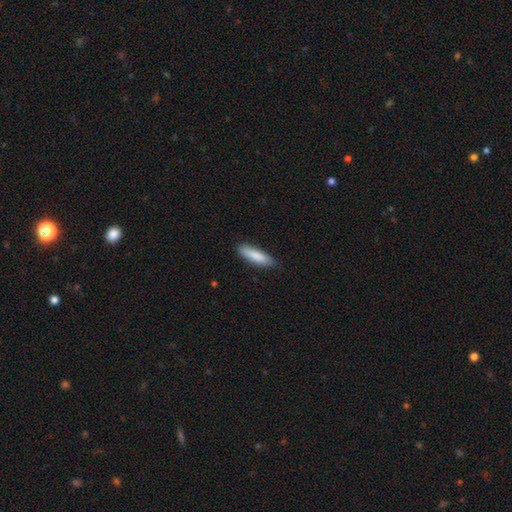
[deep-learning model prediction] Overall: smooth (85%). How rounded: cigar-shaped (70%). Merging: none (86%).